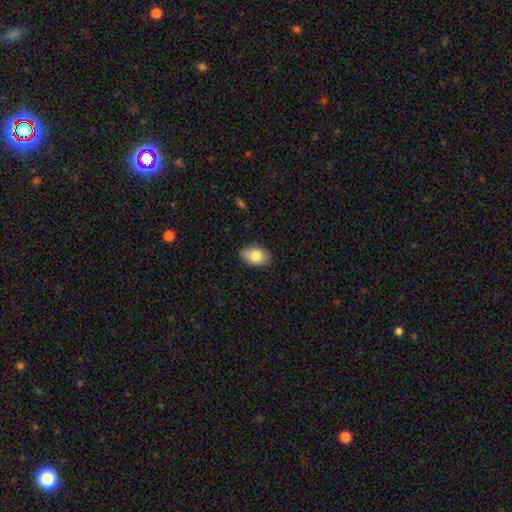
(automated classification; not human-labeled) This is clearly a smooth galaxy (84%). How rounded: clearly in between (86%). Merging: clearly none (81%).